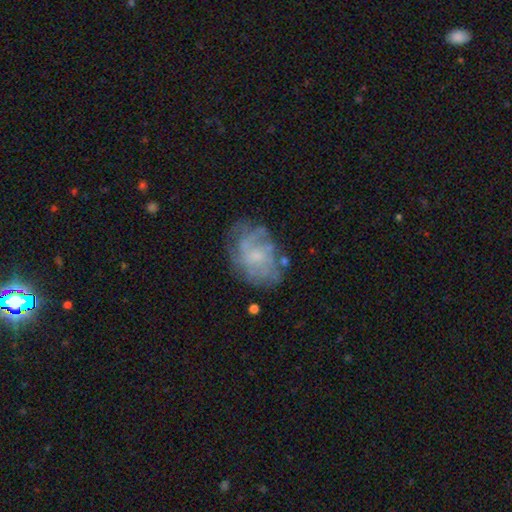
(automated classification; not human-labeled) A featured or disk galaxy (64%) with no bar (76%), spiral arms (64%) and a small central bulge (59%).

Vote fractions:
- Smooth or featured? featured or disk: 64% / smooth: 27% / star or artifact: 9%
- Edge-on disk? no: 97% / yes: 3%
- Bar? no: 76% / weak: 22% / strong: 3%
- Spiral arms? yes: 64% / no: 36%
- Bulge size? small: 59% / moderate: 26% / none: 13% / large: 2% / dominant: 1%
- Merging? none: 63% / minor disturbance: 21% / major disturbance: 12% / merger: 3%